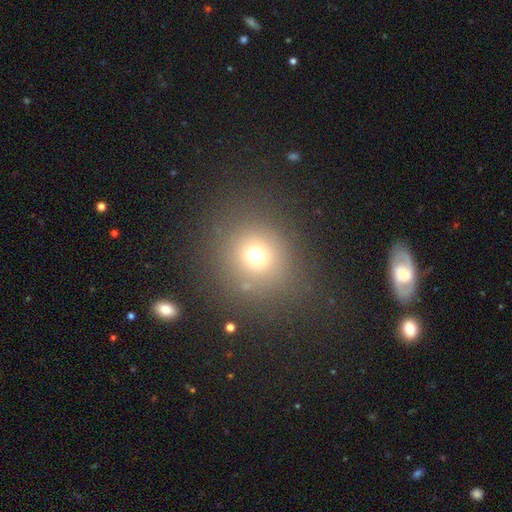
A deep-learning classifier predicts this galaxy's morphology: Smooth or featured? Predicted: smooth (p=0.69). How rounded? Predicted: round (p=0.86). Merging? Predicted: none (p=0.80).